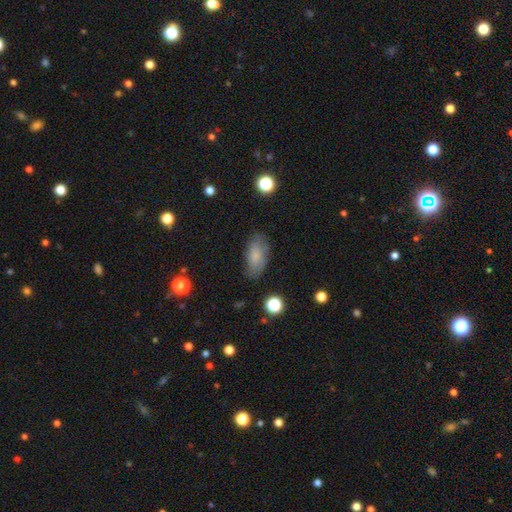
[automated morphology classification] Smooth or featured? Predicted: smooth (p=0.80). How rounded? Predicted: in between (p=0.89). Merging? Predicted: none (p=0.76).